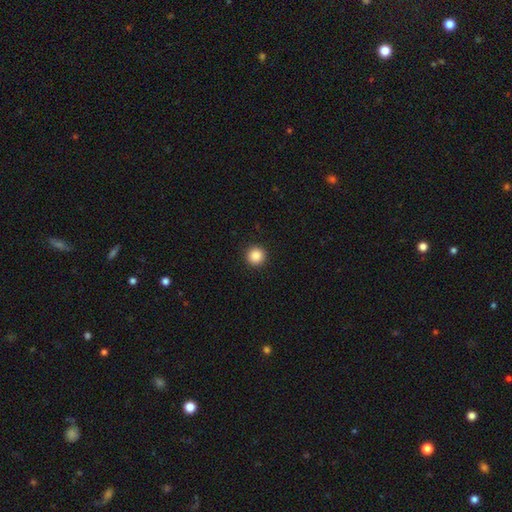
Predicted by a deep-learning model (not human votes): This appears to be a smooth galaxy with no disk features (88%) that is round (96%). Merging: none (93%).